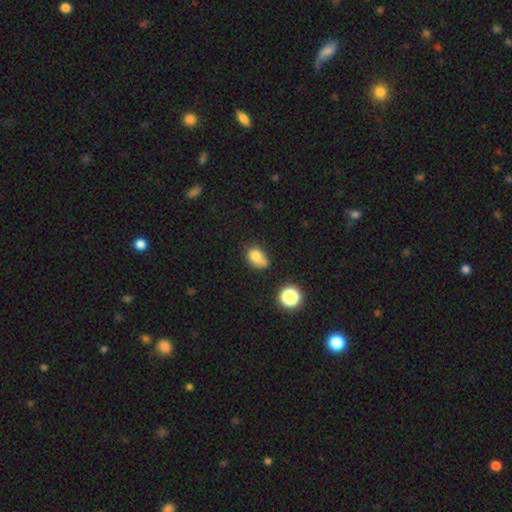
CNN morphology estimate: Q: Smooth or featured?
A: smooth (76%); runner-up: star or artifact (13%)
Q: How rounded?
A: in between (69%); runner-up: round (29%)
Q: Merging?
A: none (38%); runner-up: minor disturbance (35%)